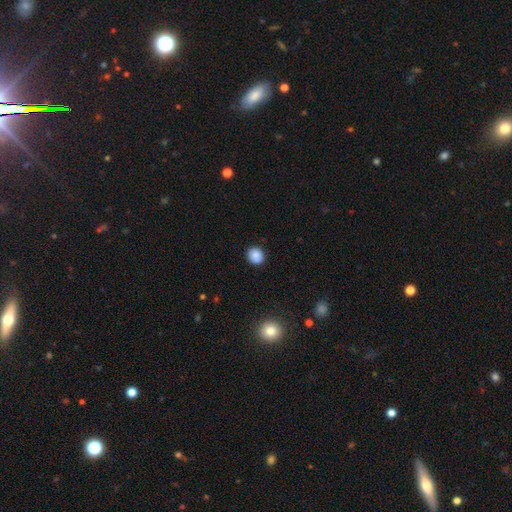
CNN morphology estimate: A smooth galaxy with no disk features (86%) that is round (82%).

Vote fractions:
- Smooth or featured? smooth: 86% / star or artifact: 10% / featured or disk: 4%
- How rounded? round: 82% / in between: 17% / cigar-shaped: 1%
- Merging? none: 87% / minor disturbance: 9% / major disturbance: 2% / merger: 1%